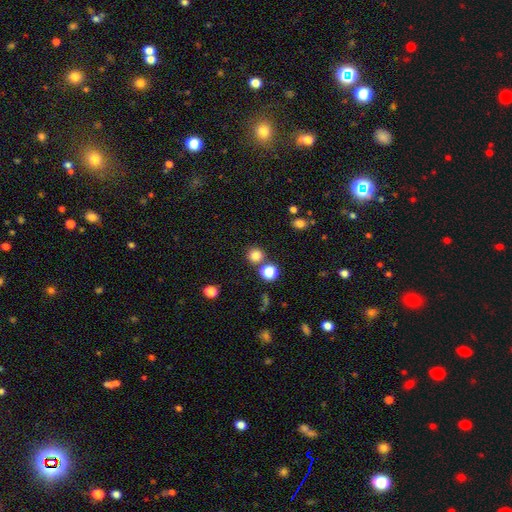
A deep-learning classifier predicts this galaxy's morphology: The model was most divided on "merging": none: 78%, merger: 12%, minor disturbance: 7%, major disturbance: 3%. More confident: how rounded — round (92%); smooth or featured — smooth (81%).